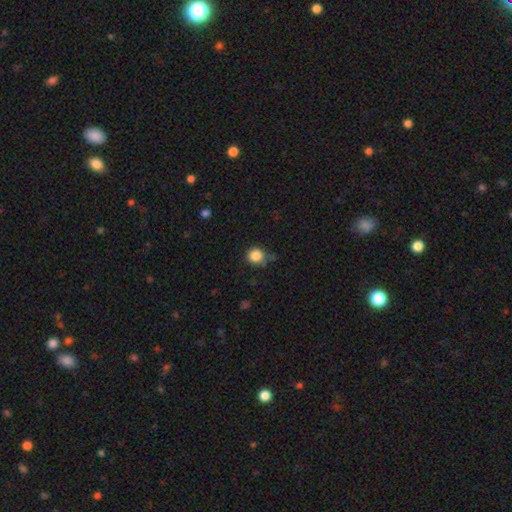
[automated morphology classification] Overall: smooth (85%). How rounded: round (90%). Merging: none (69%).